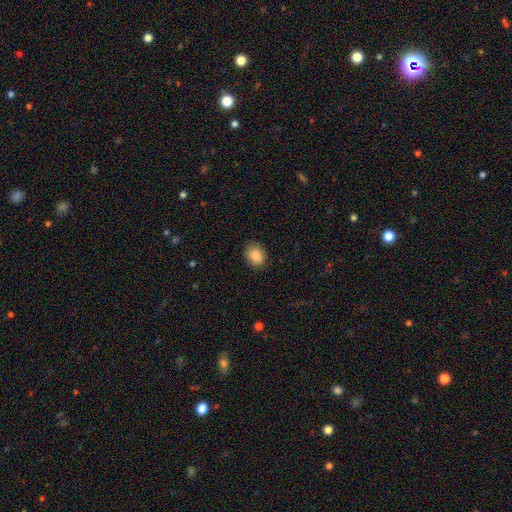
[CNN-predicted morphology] smooth 88%, star or artifact 8%, featured or disk 4%. Down the decision tree: how rounded — in between (59%); merging — none (80%).